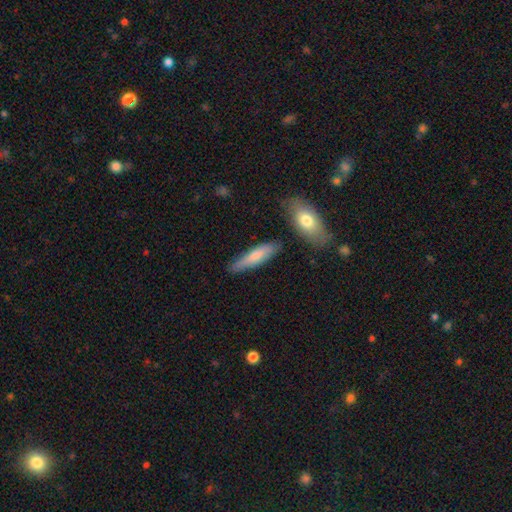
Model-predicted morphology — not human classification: The model was most divided on "how rounded": cigar-shaped: 75%, in between: 24%, round: 2%. More confident: merging — none (79%); smooth or featured — smooth (73%).